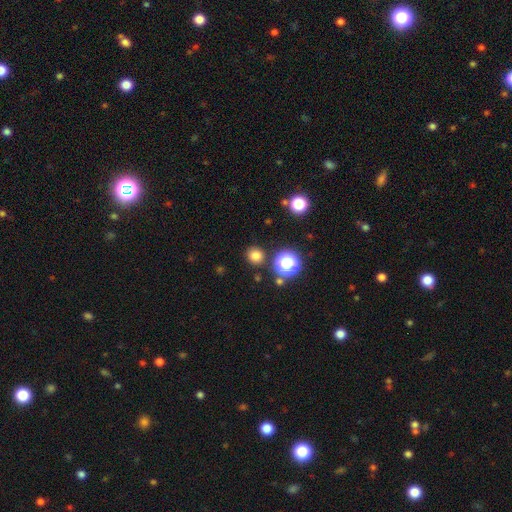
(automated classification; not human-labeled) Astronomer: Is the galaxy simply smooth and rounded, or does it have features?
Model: smooth — 77%.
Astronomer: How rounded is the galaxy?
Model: round — 91%.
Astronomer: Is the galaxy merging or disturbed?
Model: none — 88%.